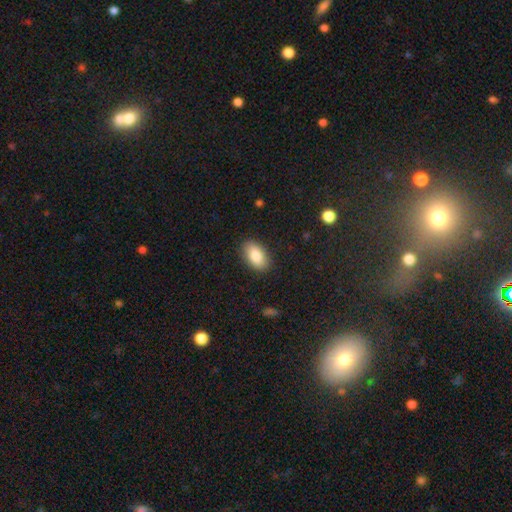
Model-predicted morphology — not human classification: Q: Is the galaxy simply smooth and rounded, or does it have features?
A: smooth — 86%.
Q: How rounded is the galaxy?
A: in between — 93%.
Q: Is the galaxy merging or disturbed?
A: none — 87%.